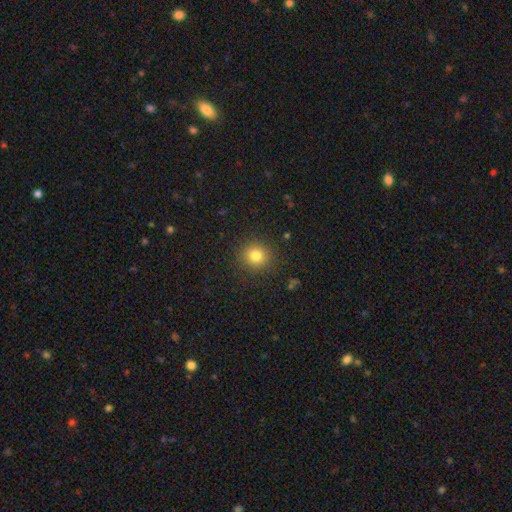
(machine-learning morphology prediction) smooth-or-featured: smooth: 81% | star or artifact: 13% | featured or disk: 6%
  how-rounded: round: 88% | in between: 11% | cigar-shaped: 1%
  merging: none: 89% | minor disturbance: 7% | major disturbance: 3% | merger: 1%